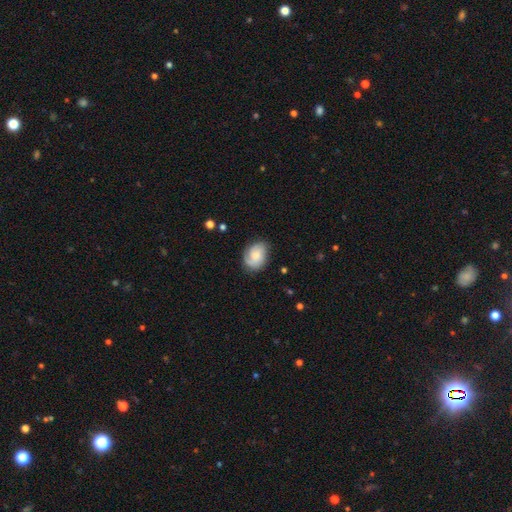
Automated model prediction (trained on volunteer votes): A smooth galaxy with no disk features (51%) that is in between round and cigar-shaped (66%). Merging: none (68%).